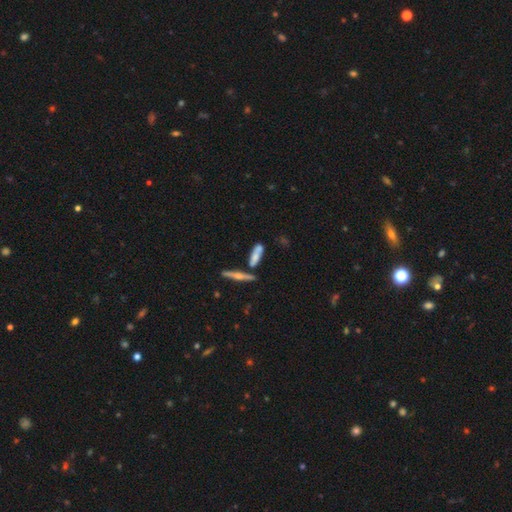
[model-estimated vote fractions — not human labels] smooth-or-featured: smooth: 57% | featured or disk: 34% | star or artifact: 9%
  how-rounded: cigar-shaped: 54% | in between: 42% | round: 4%
  merging: none: 53% | merger: 25% | minor disturbance: 16% | major disturbance: 6%